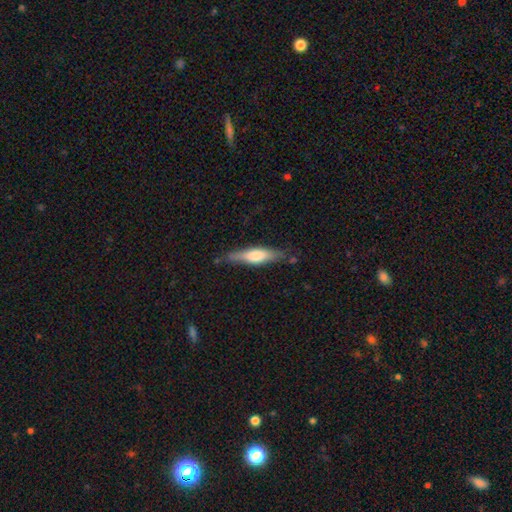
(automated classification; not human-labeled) Smooth or featured? Predicted: smooth (p=0.54). How rounded? Predicted: cigar-shaped (p=0.71). Merging? Predicted: none (p=0.77).